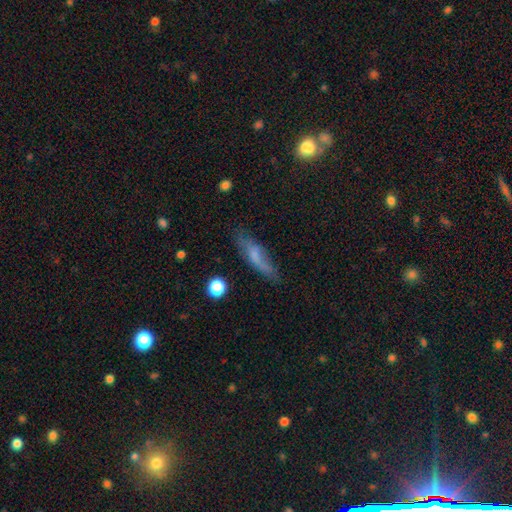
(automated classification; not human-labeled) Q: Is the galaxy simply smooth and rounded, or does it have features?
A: smooth — 57%.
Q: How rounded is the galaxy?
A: cigar-shaped — 65%.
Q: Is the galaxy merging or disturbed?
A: none — 63%.